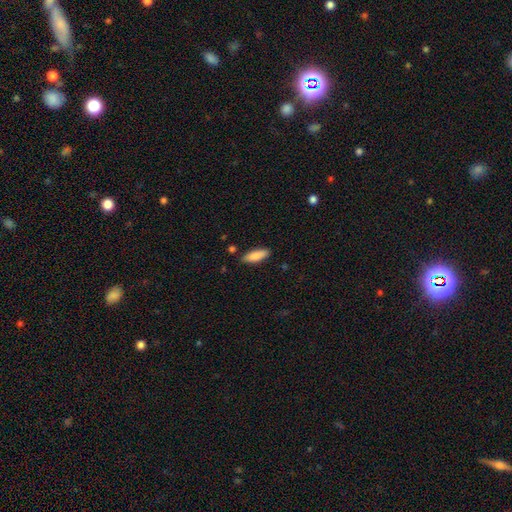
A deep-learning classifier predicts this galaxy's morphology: Smooth or featured?
  - smooth: 86% *
  - featured or disk: 8%
  - star or artifact: 6%
How rounded?
  - in between: 60% *
  - cigar-shaped: 38%
  - round: 2%
Merging?
  - none: 85% *
  - minor disturbance: 11%
  - major disturbance: 2%
  - merger: 2%